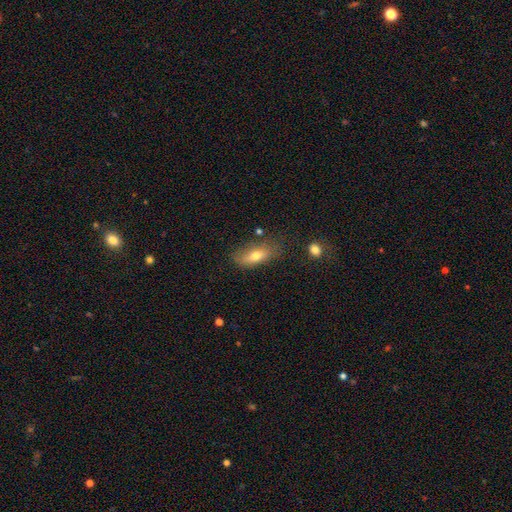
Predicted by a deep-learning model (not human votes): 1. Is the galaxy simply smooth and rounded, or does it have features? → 70% smooth, 22% featured or disk, 9% star or artifact.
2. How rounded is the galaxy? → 75% in between, 20% cigar-shaped, 5% round.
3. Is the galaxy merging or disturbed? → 63% none, 24% minor disturbance, 9% major disturbance, 4% merger.